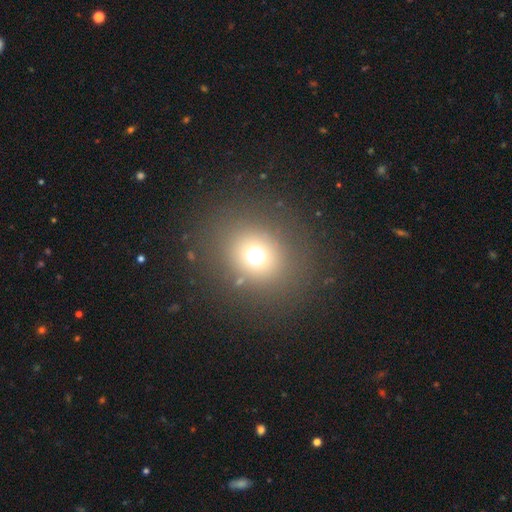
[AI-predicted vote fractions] Q: Smooth or featured?
A: smooth (66%); runner-up: star or artifact (22%)
Q: How rounded?
A: round (77%); runner-up: in between (22%)
Q: Merging?
A: none (85%); runner-up: minor disturbance (7%)